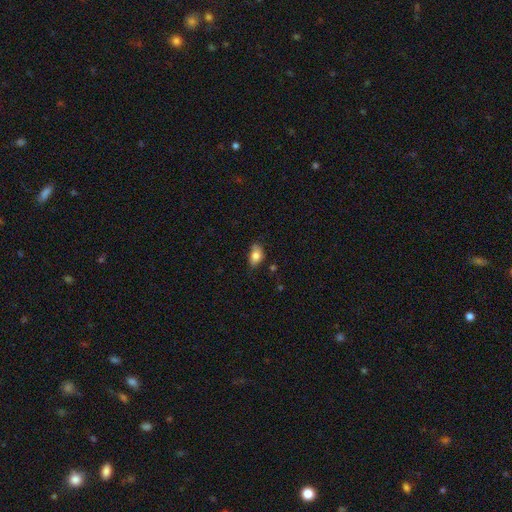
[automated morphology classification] This is clearly a smooth galaxy (81%). How rounded: clearly in between (87%). Merging: possibly none (58%).